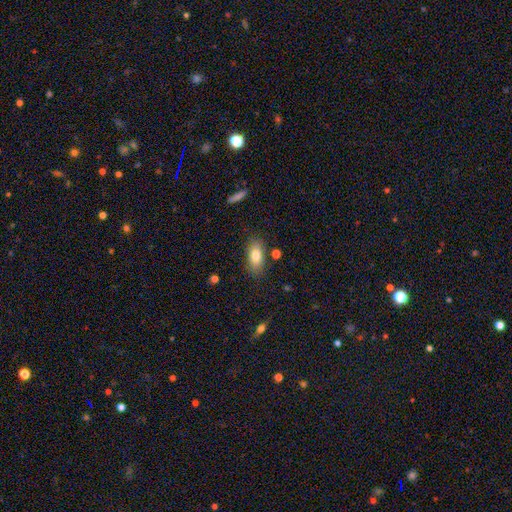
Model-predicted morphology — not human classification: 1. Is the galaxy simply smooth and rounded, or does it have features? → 80% smooth, 12% featured or disk, 7% star or artifact.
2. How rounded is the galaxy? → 86% in between, 9% cigar-shaped, 4% round.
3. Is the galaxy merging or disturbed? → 81% none, 13% minor disturbance, 3% merger, 3% major disturbance.